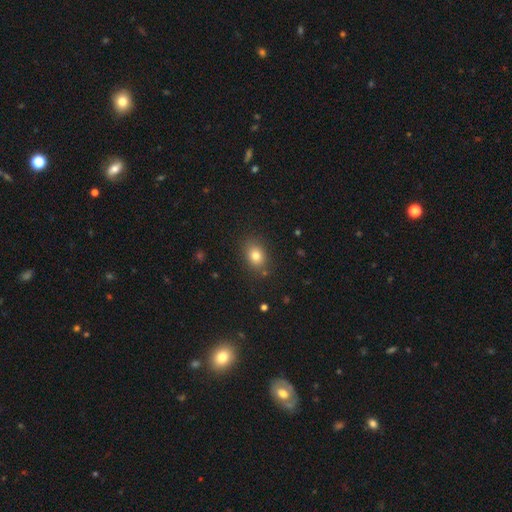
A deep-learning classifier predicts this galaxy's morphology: Smooth or featured? smooth (80%)
How rounded? in between (70%)
Merging? none (83%)